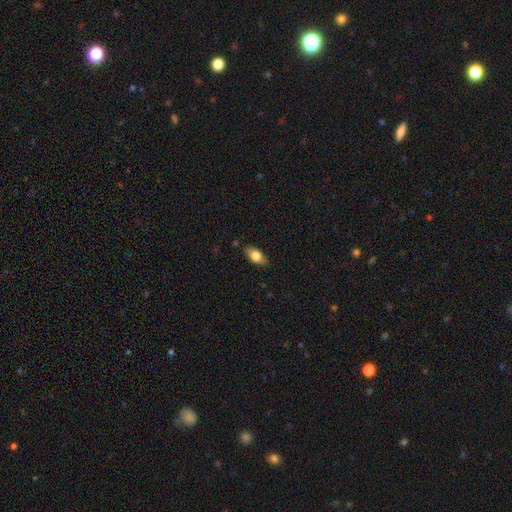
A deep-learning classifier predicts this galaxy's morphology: A smooth galaxy with no disk features (75%) that is in between round and cigar-shaped (86%). Merging: none (83%).